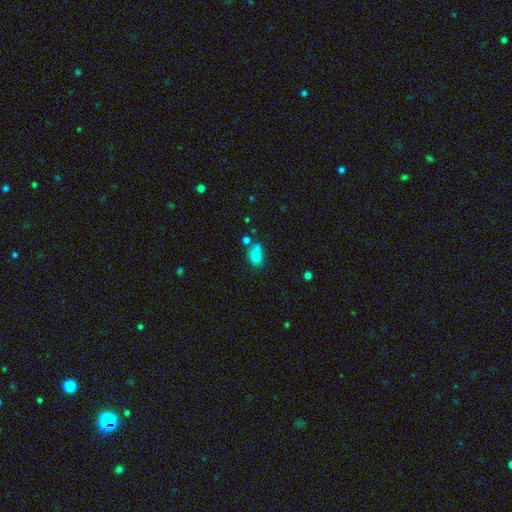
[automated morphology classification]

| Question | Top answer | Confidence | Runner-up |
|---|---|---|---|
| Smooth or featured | smooth | 76% | featured or disk (12%) |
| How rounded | in between | 59% | round (39%) |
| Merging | merger | 44% | none (40%) |